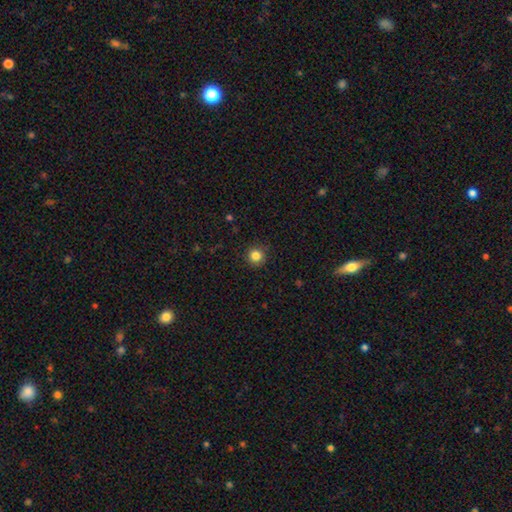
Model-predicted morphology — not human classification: The model was most divided on "smooth or featured": smooth: 84%, star or artifact: 12%, featured or disk: 4%. More confident: how rounded — round (95%); merging — none (90%).